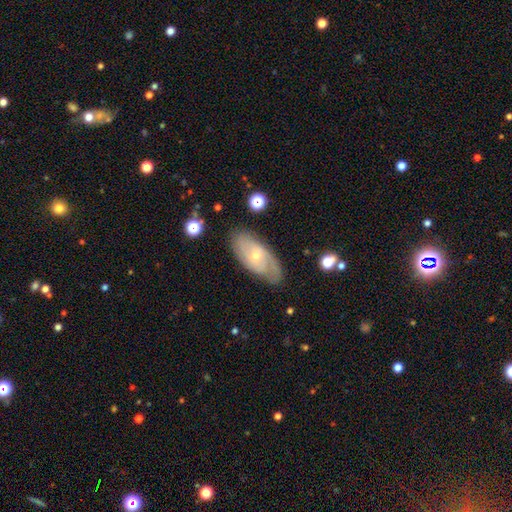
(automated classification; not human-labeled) Smooth or featured: featured or disk — 69% (smooth — 25%)
Edge-on disk: no — 90% (yes — 10%)
Bar: no — 73% (weak — 23%)
Spiral arms: yes — 83% (no — 17%)
Spiral winding: tight — 50% (medium — 35%)
Spiral arm count: 2 — 47% (can't tell — 35%)
Bulge size: small — 69% (moderate — 28%)
Merging: none — 77% (minor disturbance — 17%)